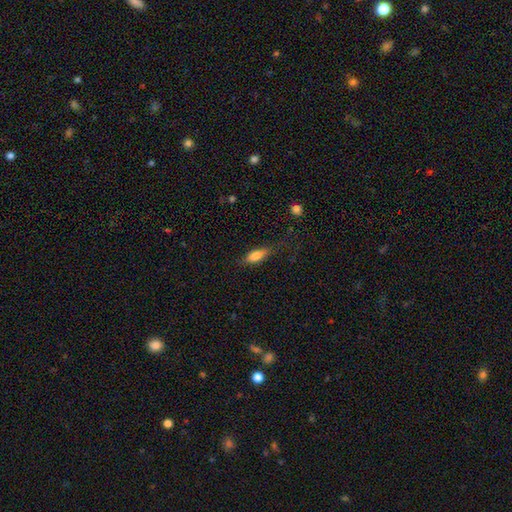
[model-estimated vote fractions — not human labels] This is likely a smooth galaxy (75%). How rounded: likely in between (66%). Merging: likely none (72%).